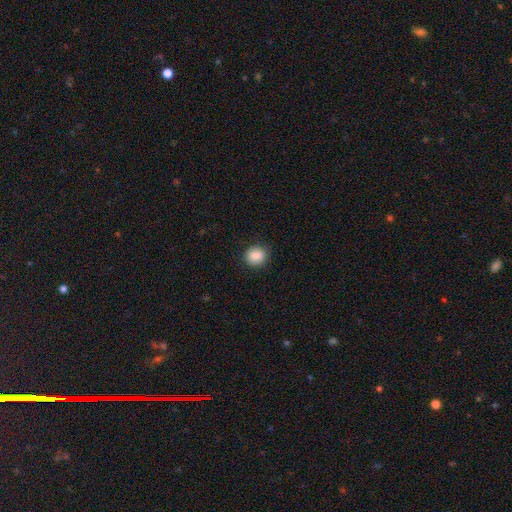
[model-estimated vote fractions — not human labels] This is clearly a smooth galaxy (88%). How rounded: clearly round (83%). Merging: clearly none (88%).